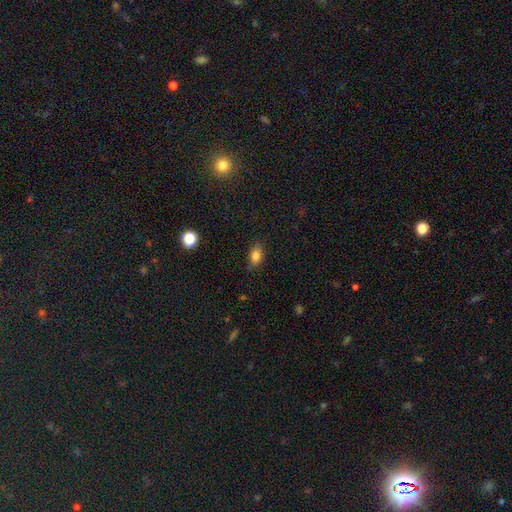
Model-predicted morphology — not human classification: Smooth or featured? smooth (83%)
How rounded? in between (82%)
Merging? none (79%)